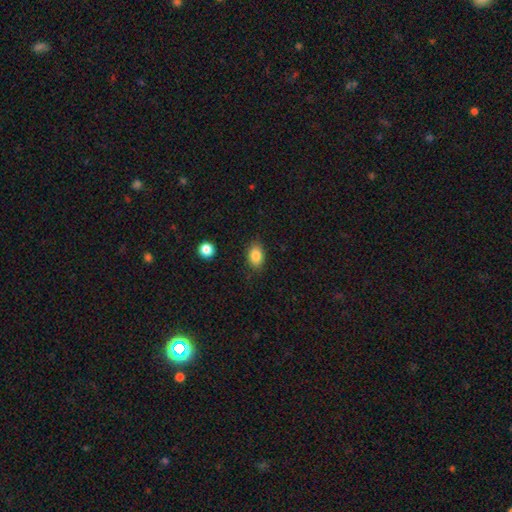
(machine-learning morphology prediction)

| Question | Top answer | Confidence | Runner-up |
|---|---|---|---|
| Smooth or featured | smooth | 85% | star or artifact (9%) |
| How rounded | in between | 80% | round (18%) |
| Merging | none | 84% | minor disturbance (12%) |